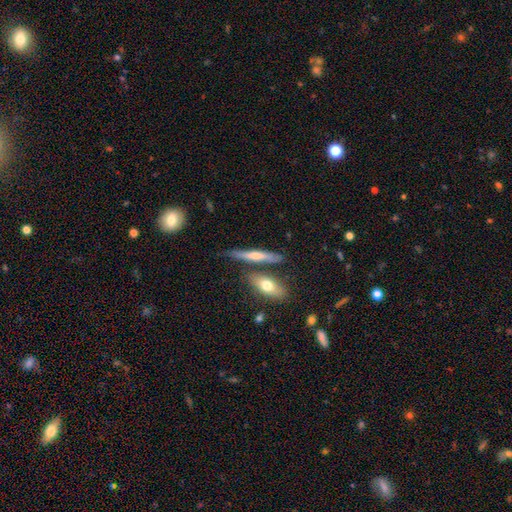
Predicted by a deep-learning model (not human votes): Smooth or featured?
  - featured or disk: 51% *
  - smooth: 41%
  - star or artifact: 8%
Edge-on disk?
  - yes: 90% *
  - no: 10%
Merging?
  - none: 73% *
  - minor disturbance: 13%
  - merger: 11%
  - major disturbance: 3%